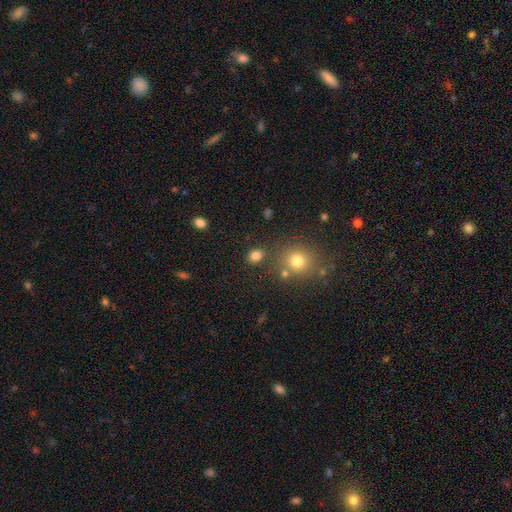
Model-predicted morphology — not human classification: Smooth or featured? Predicted: smooth (p=0.81). How rounded? Predicted: round (p=0.52). Merging? Predicted: none (p=0.79).